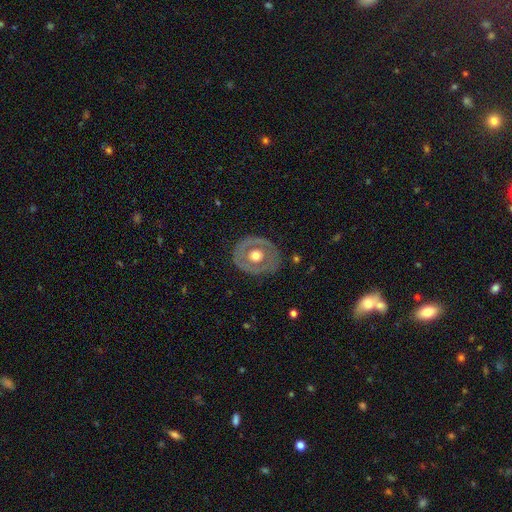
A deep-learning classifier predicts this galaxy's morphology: smooth-or-featured: featured or disk: 60% | smooth: 35% | star or artifact: 5%
  disk-edge-on: no: 94% | yes: 6%
    bar: no: 89% | weak: 9% | strong: 3%
    has-spiral-arms: no: 84% | yes: 16%
    bulge-size: moderate: 67% | large: 24% | small: 6% | dominant: 2% | none: 1%
  merging: none: 80% | minor disturbance: 13% | major disturbance: 6% | merger: 1%